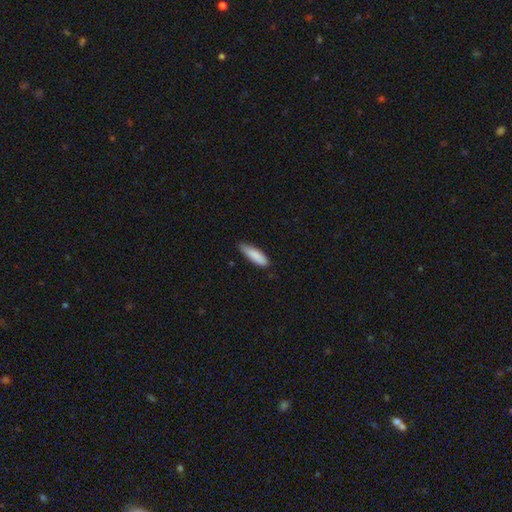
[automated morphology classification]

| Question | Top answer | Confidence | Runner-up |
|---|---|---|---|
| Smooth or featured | smooth | 88% | featured or disk (7%) |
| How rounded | cigar-shaped | 54% | in between (44%) |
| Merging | none | 74% | minor disturbance (22%) |